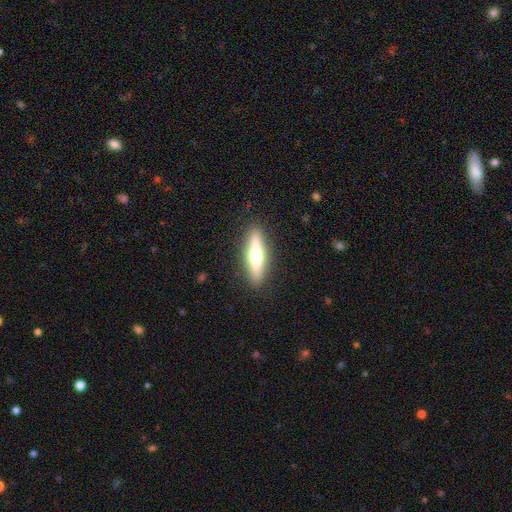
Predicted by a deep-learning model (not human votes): Morphology: type=featured or disk (51%); edge-on=yes (90%); merging=none (89%).